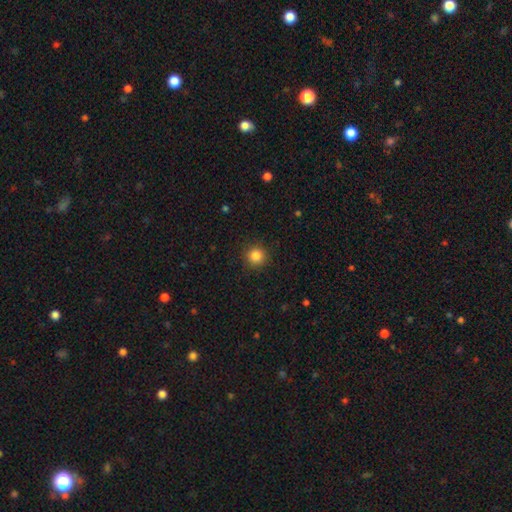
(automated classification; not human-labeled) Overall: smooth (85%). How rounded: round (95%). Merging: none (90%).